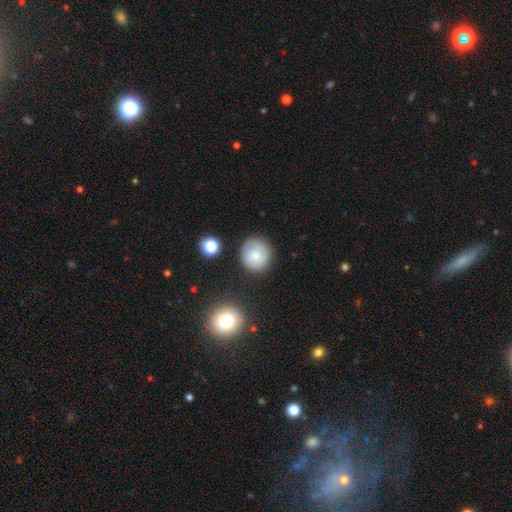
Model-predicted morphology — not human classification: Smooth or featured? smooth (78%)
How rounded? round (90%)
Merging? none (80%)